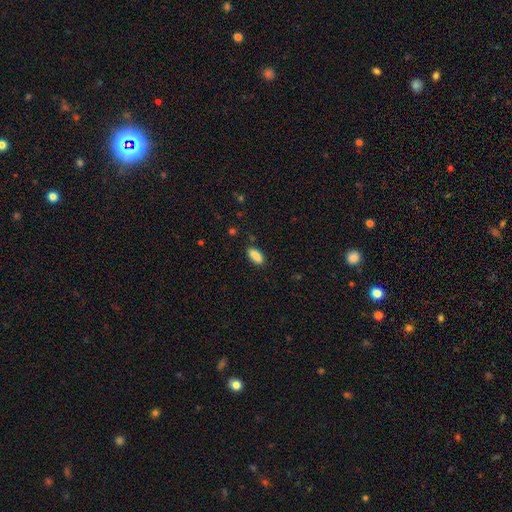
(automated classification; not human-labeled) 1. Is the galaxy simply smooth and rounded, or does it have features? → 88% smooth, 7% star or artifact, 5% featured or disk.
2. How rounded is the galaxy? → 79% in between, 19% cigar-shaped, 2% round.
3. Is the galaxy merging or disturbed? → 86% none, 10% minor disturbance, 2% major disturbance, 1% merger.